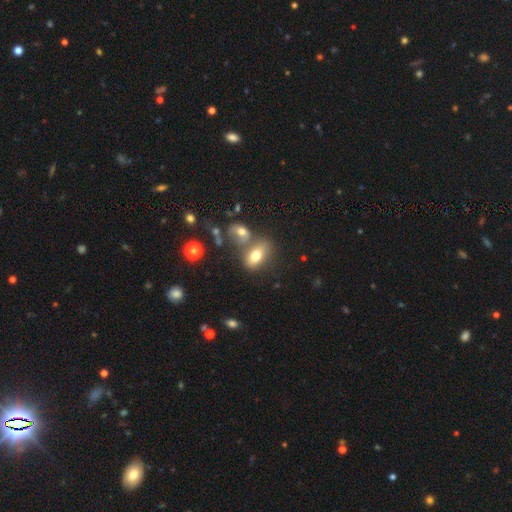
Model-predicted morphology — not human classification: This appears to be a smooth galaxy with no disk features (74%) that is in between round and cigar-shaped (85%). Merging: none (47%).